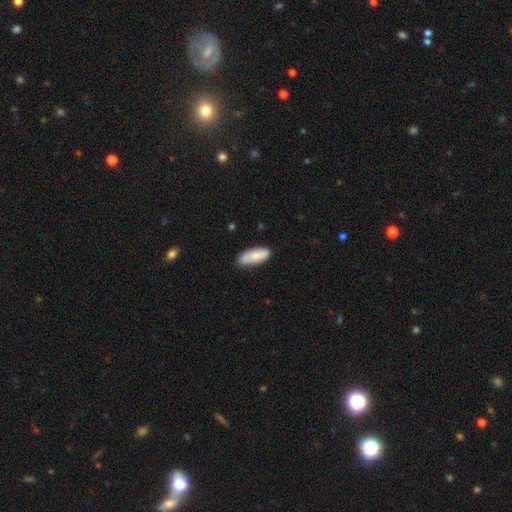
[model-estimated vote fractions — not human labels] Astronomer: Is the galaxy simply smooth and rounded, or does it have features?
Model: smooth — 80%.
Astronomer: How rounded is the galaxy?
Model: in between — 75%.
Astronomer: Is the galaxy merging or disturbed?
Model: none — 79%.